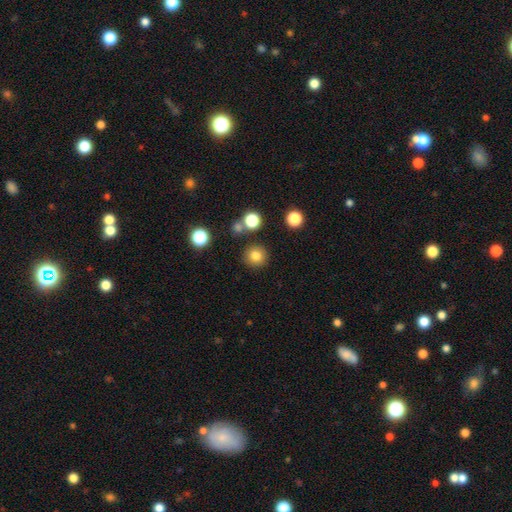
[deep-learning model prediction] A smooth galaxy with no disk features (81%) that is round (94%). Merging: none (87%).